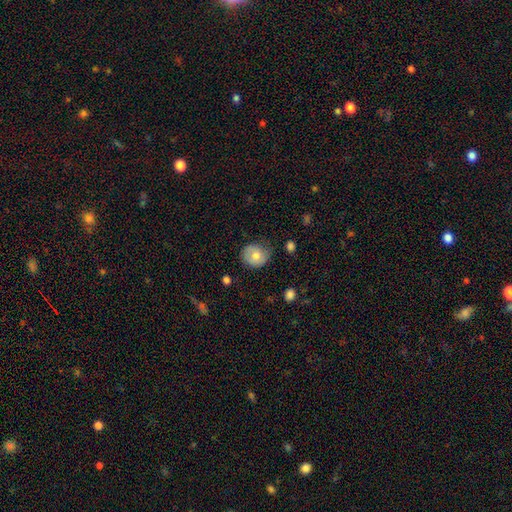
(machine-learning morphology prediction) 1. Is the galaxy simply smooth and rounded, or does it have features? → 67% smooth, 26% featured or disk, 8% star or artifact.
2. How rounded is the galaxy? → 73% round, 26% in between, 1% cigar-shaped.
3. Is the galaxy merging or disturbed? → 66% none, 26% minor disturbance, 7% major disturbance, 1% merger.